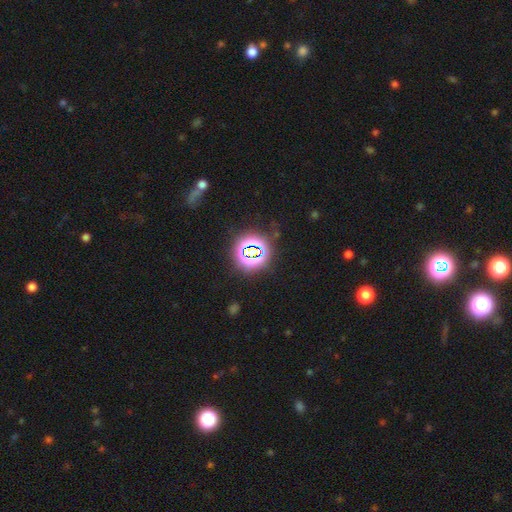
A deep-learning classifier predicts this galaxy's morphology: Smooth or featured?
  - star or artifact: 72% *
  - smooth: 18%
  - featured or disk: 9%